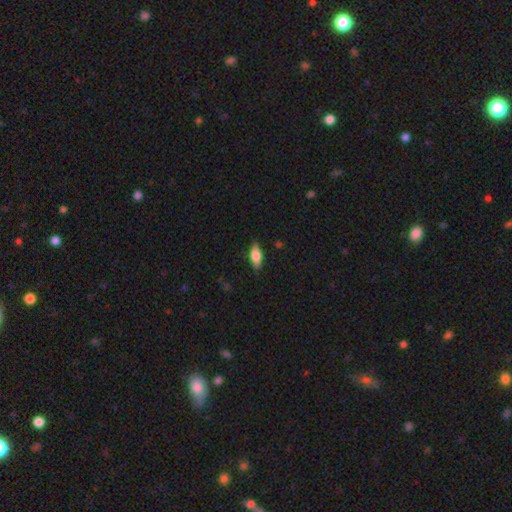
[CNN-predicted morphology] The model was most divided on "smooth or featured": smooth: 64%, featured or disk: 29%, star or artifact: 7%. More confident: merging — none (84%); how rounded — in between (76%).